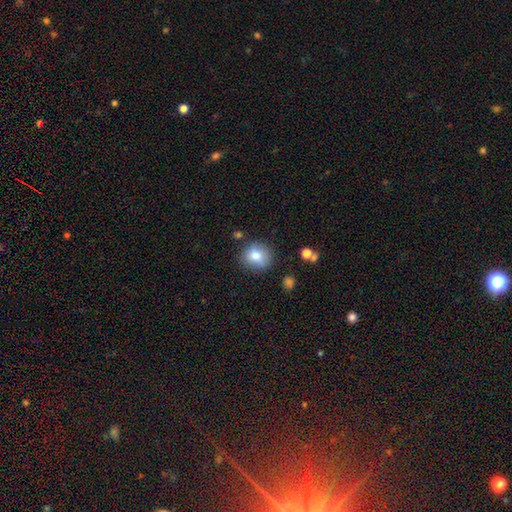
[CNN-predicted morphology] Smooth or featured?
  - smooth: 79% *
  - featured or disk: 11%
  - star or artifact: 10%
How rounded?
  - round: 80% *
  - in between: 19%
  - cigar-shaped: 1%
Merging?
  - none: 76% *
  - minor disturbance: 15%
  - merger: 4%
  - major disturbance: 4%